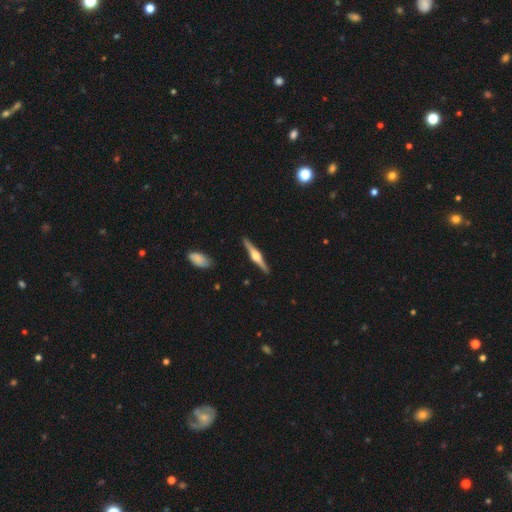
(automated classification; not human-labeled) The model was most divided on "smooth or featured": featured or disk: 79%, smooth: 16%, star or artifact: 4%. More confident: edge-on disk — yes (98%); edge-on bulge — rounded (94%); merging — none (92%).